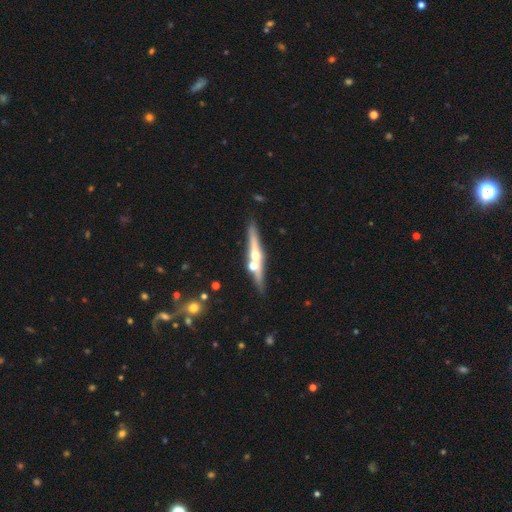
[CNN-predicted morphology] The model was most divided on "smooth or featured": featured or disk: 65%, smooth: 29%, star or artifact: 7%. More confident: edge-on disk — yes (94%); edge-on bulge — rounded (92%); merging — none (70%).